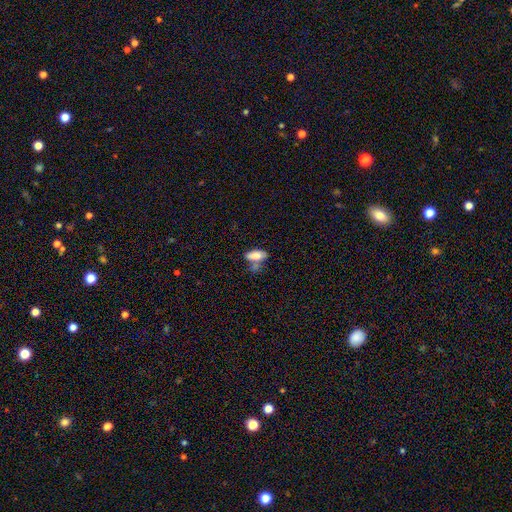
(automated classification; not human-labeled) smooth_or_featured: smooth (p=0.79) [alt: featured or disk p=0.12]
how_rounded: in between (p=0.84) [alt: cigar-shaped p=0.13]
merging: none (p=0.40) [alt: merger p=0.30]